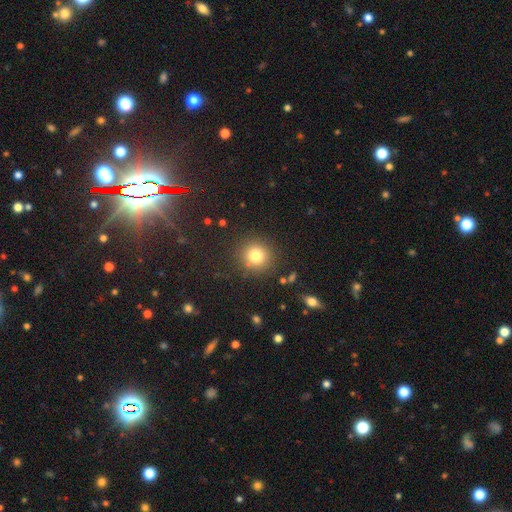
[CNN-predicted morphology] Q: Smooth or featured?
A: smooth (80%); runner-up: star or artifact (13%)
Q: How rounded?
A: round (92%); runner-up: in between (7%)
Q: Merging?
A: none (87%); runner-up: minor disturbance (8%)